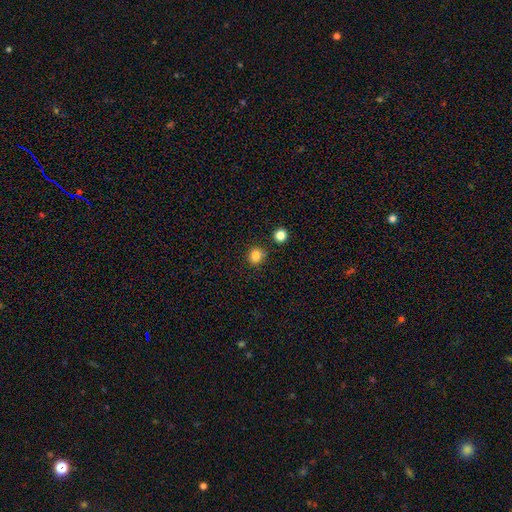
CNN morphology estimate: Smooth or featured? Predicted: smooth (p=0.84). How rounded? Predicted: round (p=0.84). Merging? Predicted: none (p=0.83).